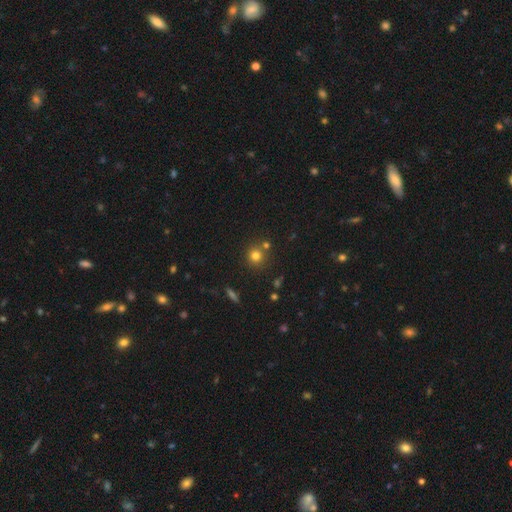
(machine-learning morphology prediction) Overall: smooth (76%). How rounded: round (92%). Merging: none (73%).